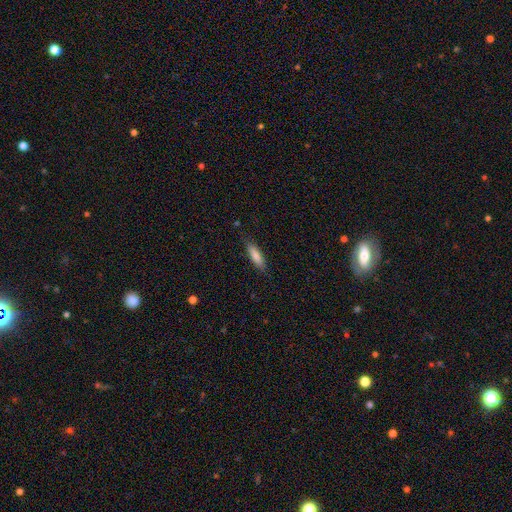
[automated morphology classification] smooth-or-featured: smooth: 81% | featured or disk: 13% | star or artifact: 6%
  how-rounded: cigar-shaped: 65% | in between: 34% | round: 1%
  merging: none: 85% | minor disturbance: 12% | major disturbance: 2% | merger: 1%